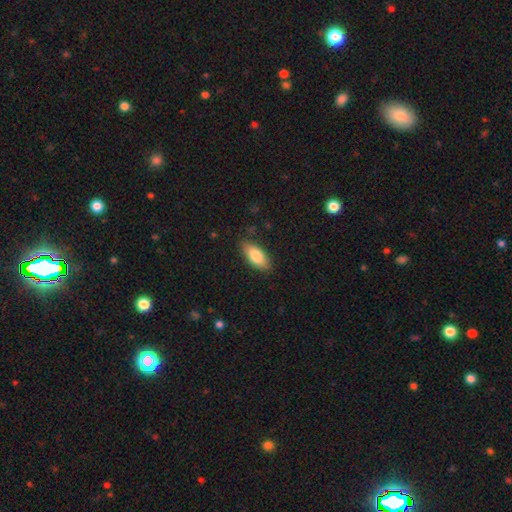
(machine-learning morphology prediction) smooth-or-featured: smooth: 81% | featured or disk: 12% | star or artifact: 6%
  how-rounded: in between: 85% | cigar-shaped: 13% | round: 2%
  merging: none: 85% | minor disturbance: 12% | major disturbance: 2% | merger: 1%